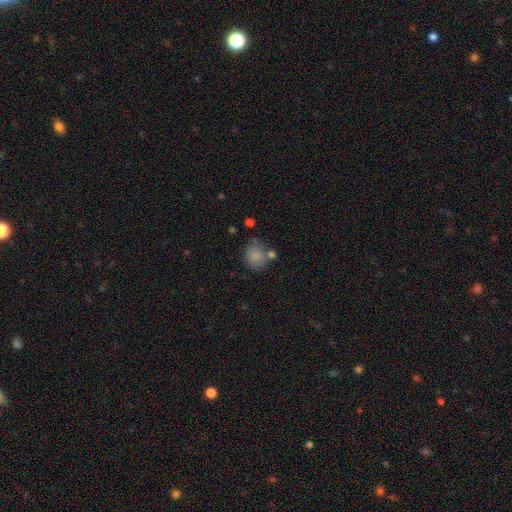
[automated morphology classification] smooth_or_featured: smooth (p=0.82) [alt: star or artifact p=0.09]
how_rounded: round (p=0.66) [alt: in between p=0.33]
merging: none (p=0.58) [alt: minor disturbance p=0.19]